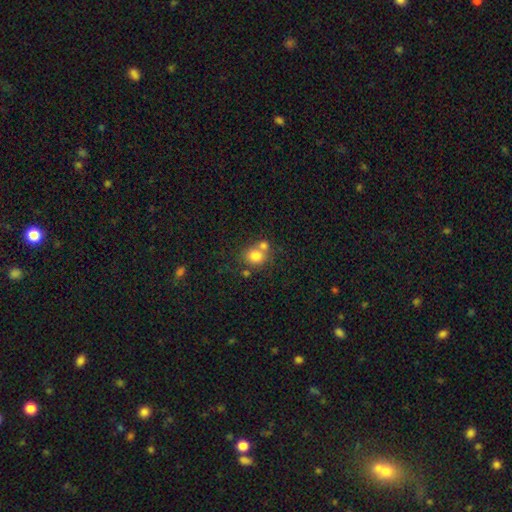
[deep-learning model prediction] Smooth or featured? Predicted: smooth (p=0.78). How rounded? Predicted: round (p=0.73). Merging? Predicted: none (p=0.46).